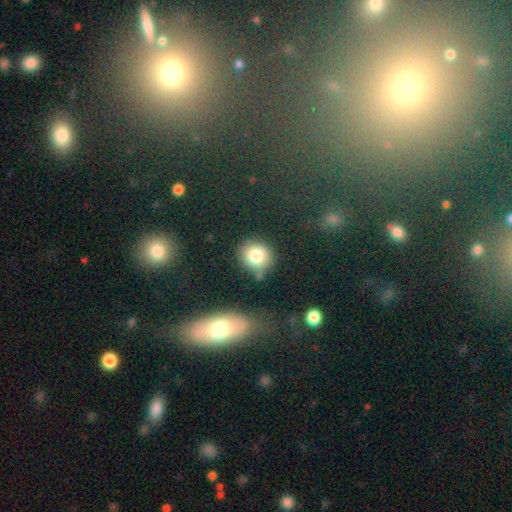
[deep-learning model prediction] Smooth or featured: smooth — 80% (star or artifact — 11%)
How rounded: round — 80% (in between — 19%)
Merging: none — 75% (minor disturbance — 13%)